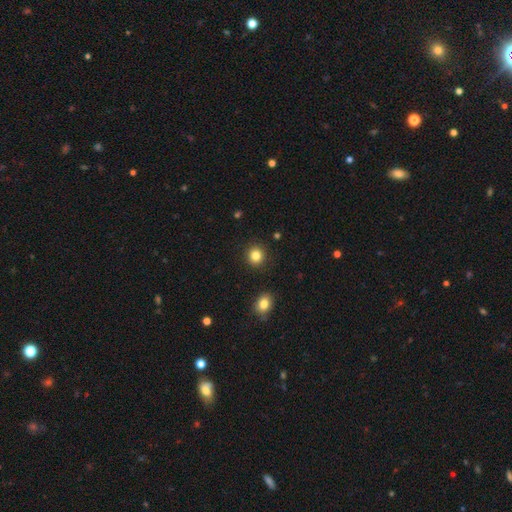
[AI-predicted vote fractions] Smooth or featured?
  - smooth: 84% *
  - star or artifact: 11%
  - featured or disk: 5%
How rounded?
  - round: 90% *
  - in between: 9%
  - cigar-shaped: 1%
Merging?
  - none: 91% *
  - minor disturbance: 5%
  - major disturbance: 2%
  - merger: 2%